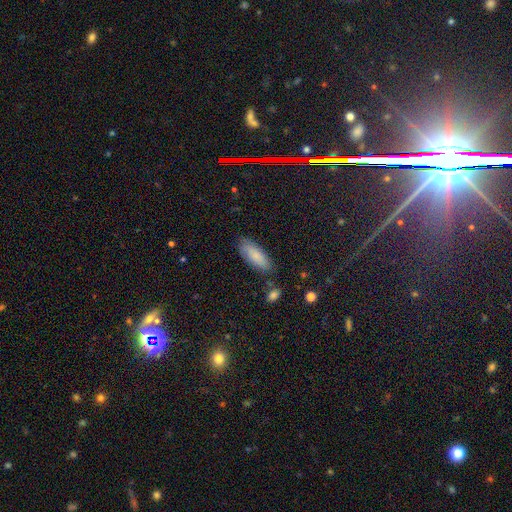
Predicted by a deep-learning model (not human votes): smooth_or_featured: smooth (p=0.84) [alt: featured or disk p=0.10]
how_rounded: in between (p=0.71) [alt: cigar-shaped p=0.27]
merging: none (p=0.79) [alt: minor disturbance p=0.15]